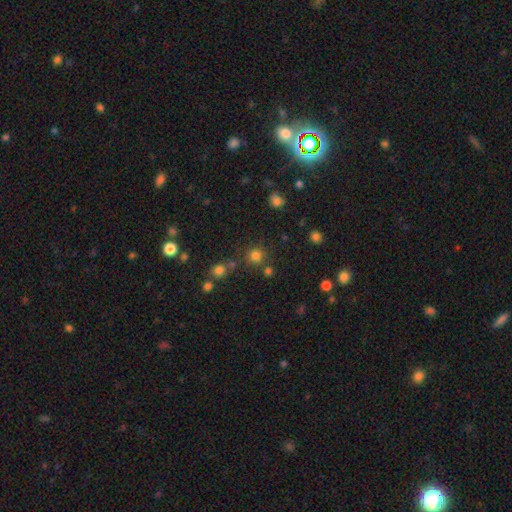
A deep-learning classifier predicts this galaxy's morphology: The model was most divided on "smooth or featured": smooth: 77%, star or artifact: 17%, featured or disk: 6%. More confident: how rounded — round (91%); merging — none (77%).